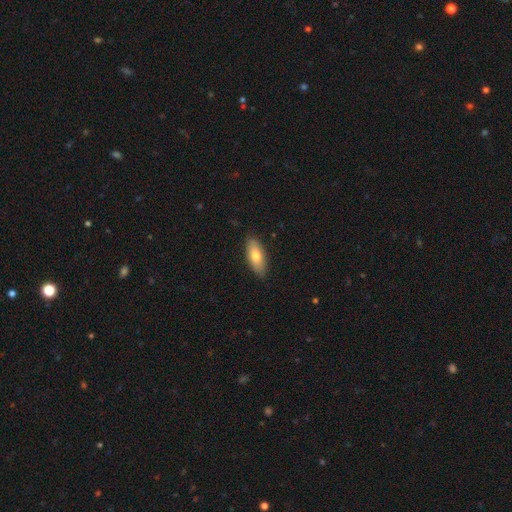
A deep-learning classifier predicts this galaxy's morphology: smooth-or-featured: smooth: 74% | featured or disk: 20% | star or artifact: 6%
  how-rounded: in between: 81% | cigar-shaped: 16% | round: 2%
  merging: none: 86% | minor disturbance: 11% | major disturbance: 2% | merger: 1%